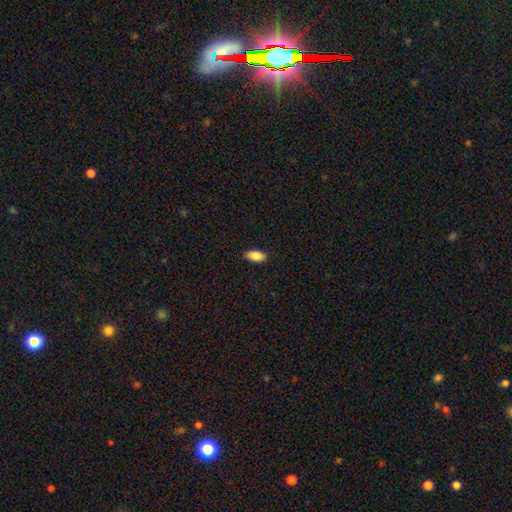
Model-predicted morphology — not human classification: smooth-or-featured: smooth: 88% | star or artifact: 7% | featured or disk: 5%
  how-rounded: in between: 91% | cigar-shaped: 6% | round: 3%
  merging: none: 87% | minor disturbance: 10% | major disturbance: 2% | merger: 1%